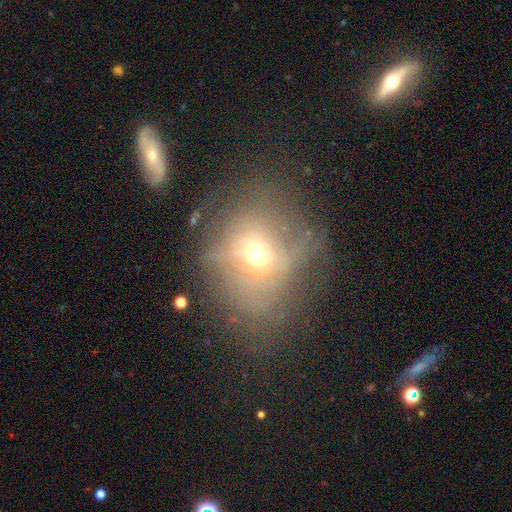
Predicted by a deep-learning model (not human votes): Morphology: type=smooth (46%); merging=none (44%).